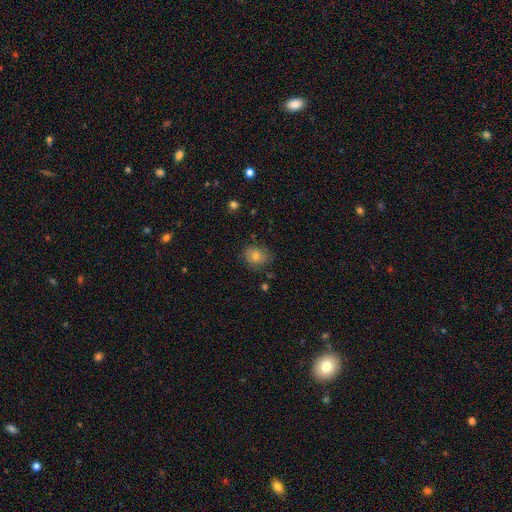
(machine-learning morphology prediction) Smooth or featured? Predicted: smooth (p=0.68). How rounded? Predicted: round (p=0.63). Merging? Predicted: none (p=0.78).